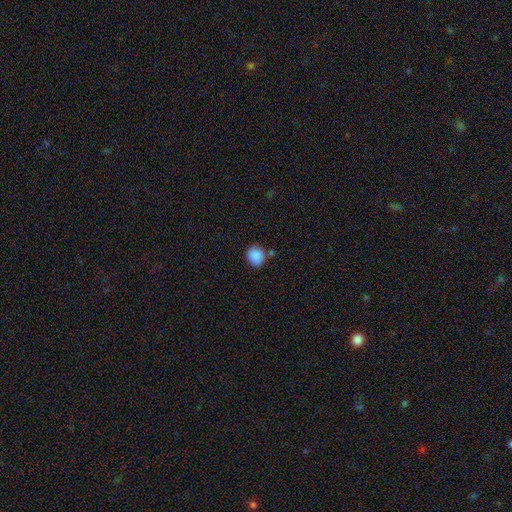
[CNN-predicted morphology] type=smooth (88%); roundness=round (78%); merging=none (74%).